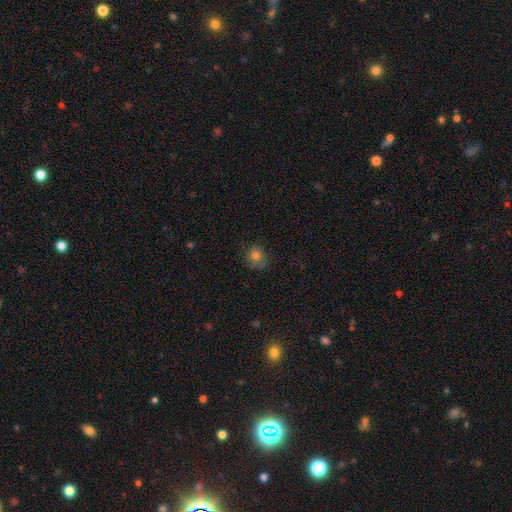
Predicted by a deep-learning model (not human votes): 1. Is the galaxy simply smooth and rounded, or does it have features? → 79% smooth, 12% star or artifact, 9% featured or disk.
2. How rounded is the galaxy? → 77% round, 22% in between, 1% cigar-shaped.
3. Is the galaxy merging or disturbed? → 72% none, 21% minor disturbance, 6% major disturbance, 1% merger.